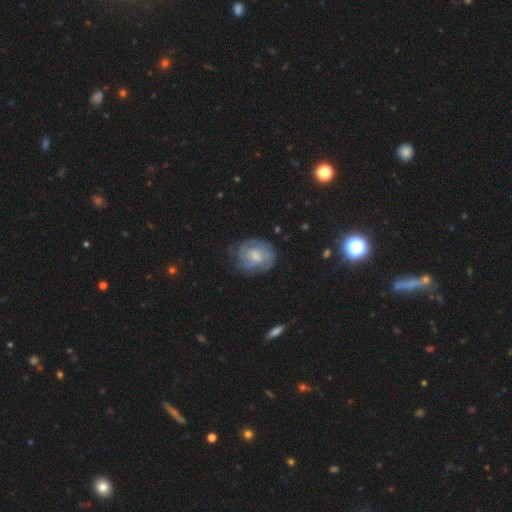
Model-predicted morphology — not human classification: A featured or disk galaxy (73%) with no bar (52%), 2 (38%) tight (64%) spiral arms (88%) and a moderate central bulge (46%).

Vote fractions:
- Smooth or featured? featured or disk: 73% / smooth: 21% / star or artifact: 6%
- Edge-on disk? no: 97% / yes: 3%
- Bar? no: 52% / weak: 40% / strong: 8%
- Spiral arms? yes: 88% / no: 12%
- Spiral winding? tight: 64% / medium: 28% / loose: 8%
- Spiral arm count? 2: 38% / can't tell: 35% / 3: 14% / 1: 6% / 4: 4% / more than 4: 3%
- Bulge size? moderate: 46% / small: 38% / none: 8% / large: 7% / dominant: 1%
- Merging? none: 70% / minor disturbance: 20% / major disturbance: 8% / merger: 1%